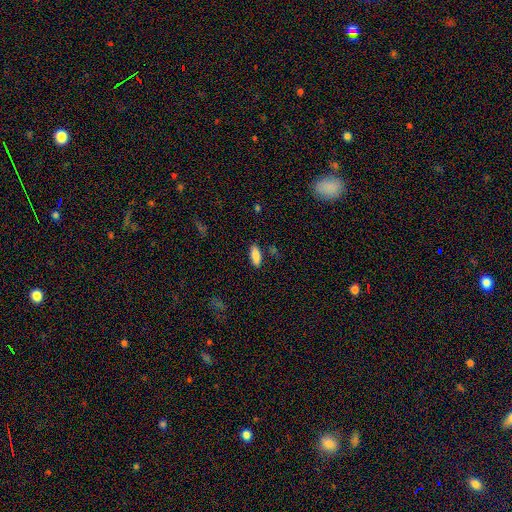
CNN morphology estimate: smooth-or-featured: smooth: 87% | star or artifact: 7% | featured or disk: 6%
  how-rounded: in between: 71% | cigar-shaped: 27% | round: 2%
  merging: none: 86% | minor disturbance: 10% | major disturbance: 2% | merger: 2%